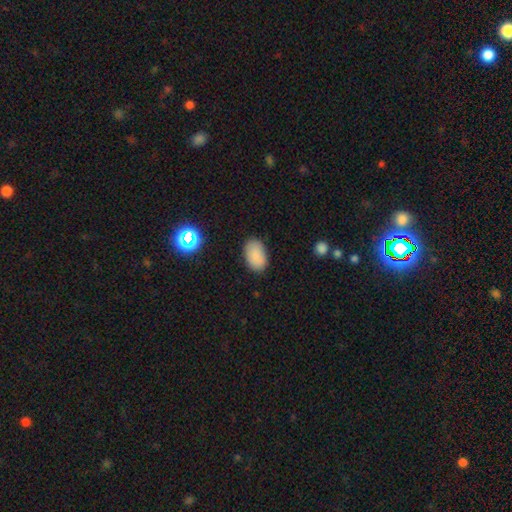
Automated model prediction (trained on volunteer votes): smooth-or-featured: smooth: 86% | star or artifact: 9% | featured or disk: 4%
  how-rounded: in between: 92% | round: 7% | cigar-shaped: 1%
  merging: none: 86% | minor disturbance: 11% | major disturbance: 3% | merger: 1%